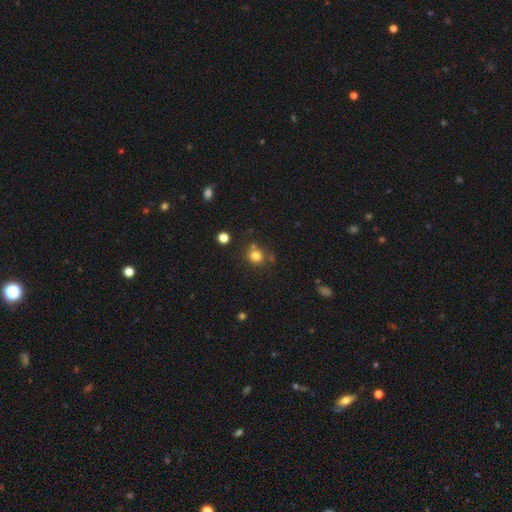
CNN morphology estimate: smooth_or_featured: smooth (p=0.79) [alt: star or artifact p=0.14]
how_rounded: round (p=0.88) [alt: in between p=0.11]
merging: none (p=0.72) [alt: merger p=0.13]